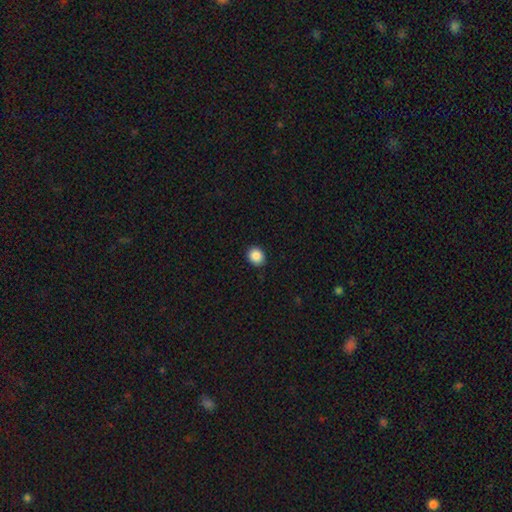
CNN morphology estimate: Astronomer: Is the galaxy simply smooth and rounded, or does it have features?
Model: smooth — 87%.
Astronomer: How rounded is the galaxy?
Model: round — 68%.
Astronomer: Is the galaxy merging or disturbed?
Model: none — 89%.